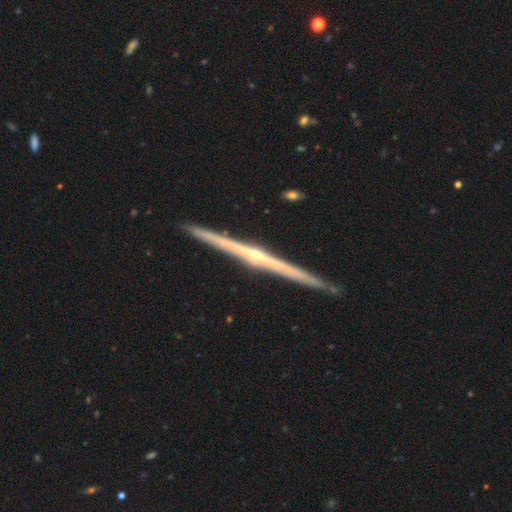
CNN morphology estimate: smooth-or-featured: featured or disk: 86% | smooth: 9% | star or artifact: 5%
  disk-edge-on: yes: 99% | no: 1%
    edge-on-bulge: rounded: 71% | none: 24% | boxy: 5%
  merging: none: 92% | minor disturbance: 5% | merger: 1% | major disturbance: 1%